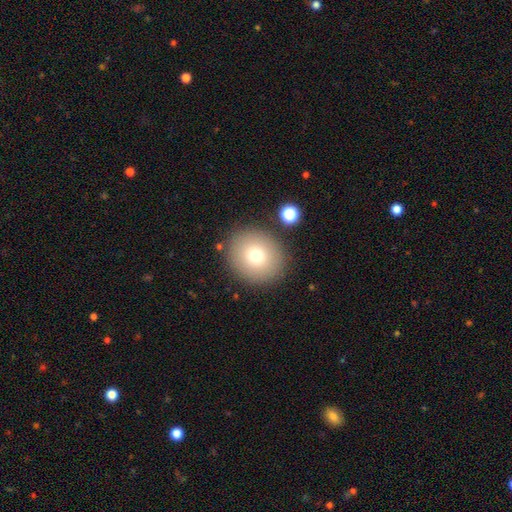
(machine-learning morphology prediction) smooth 74%, featured or disk 14%, star or artifact 13%. Down the decision tree: how rounded — round (87%); merging — none (86%).